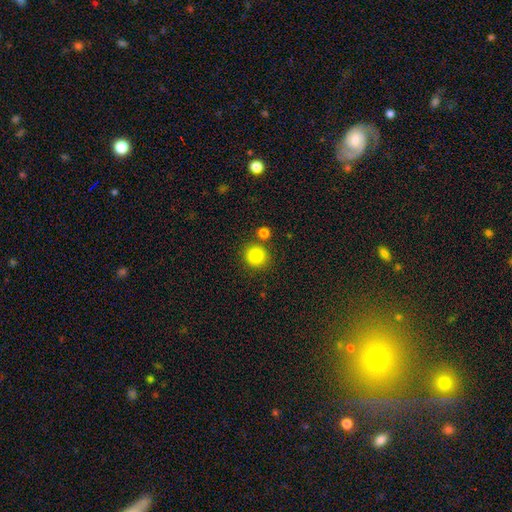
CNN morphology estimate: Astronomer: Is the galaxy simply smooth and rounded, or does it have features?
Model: smooth — 84%.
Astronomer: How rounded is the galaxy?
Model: round — 92%.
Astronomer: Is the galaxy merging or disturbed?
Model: none — 82%.